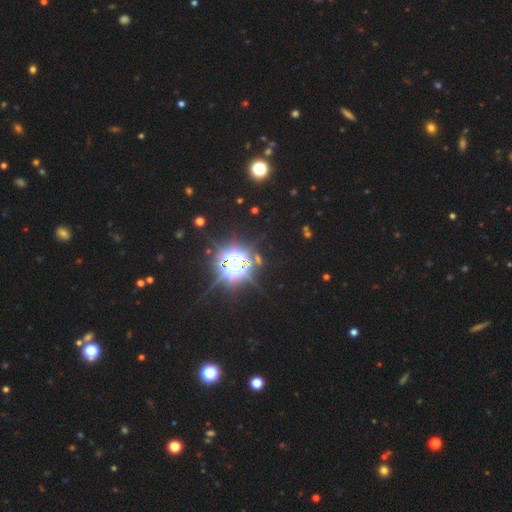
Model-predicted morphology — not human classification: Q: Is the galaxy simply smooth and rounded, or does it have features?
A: star or artifact — 85%.